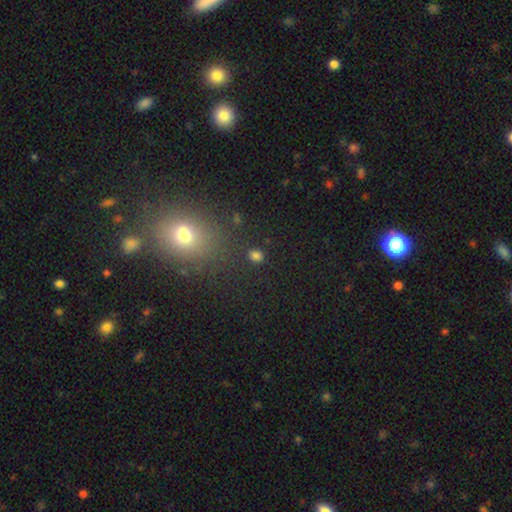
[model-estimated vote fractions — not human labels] smooth 78%, star or artifact 17%, featured or disk 5%. Down the decision tree: how rounded — round (54%); merging — none (86%).